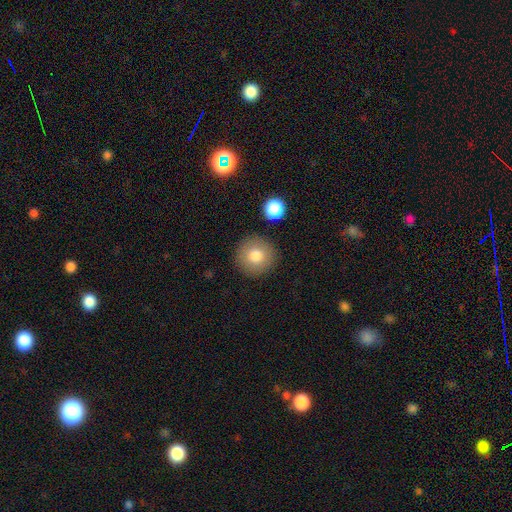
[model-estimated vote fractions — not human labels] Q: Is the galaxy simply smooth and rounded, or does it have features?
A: smooth — 80%.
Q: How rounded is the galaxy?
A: round — 95%.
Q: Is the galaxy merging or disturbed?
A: none — 87%.